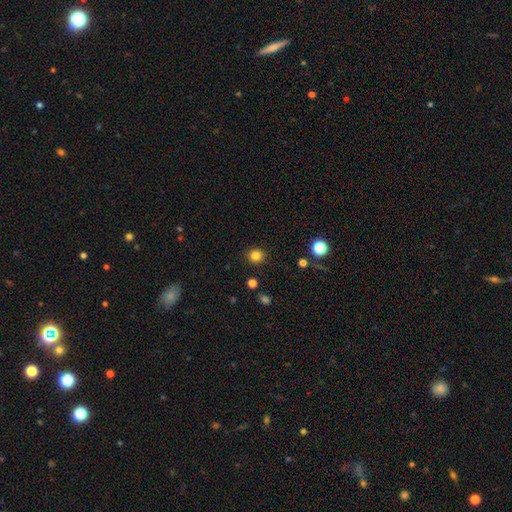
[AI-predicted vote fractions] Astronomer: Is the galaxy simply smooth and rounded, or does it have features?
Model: smooth — 82%.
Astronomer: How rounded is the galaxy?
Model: round — 92%.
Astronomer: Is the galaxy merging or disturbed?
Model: none — 90%.